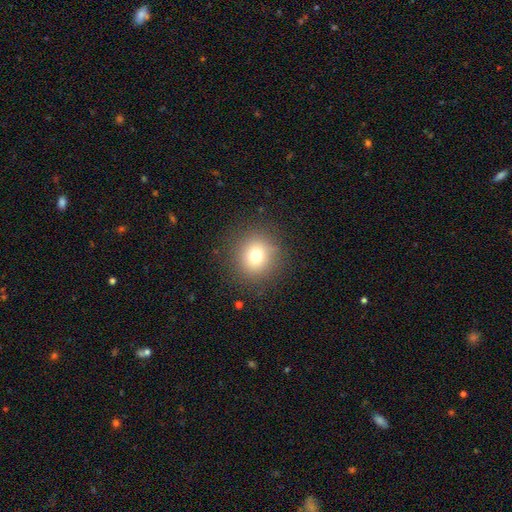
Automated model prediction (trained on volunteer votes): smooth 74%, star or artifact 15%, featured or disk 11%. Down the decision tree: how rounded — round (89%); merging — none (87%).